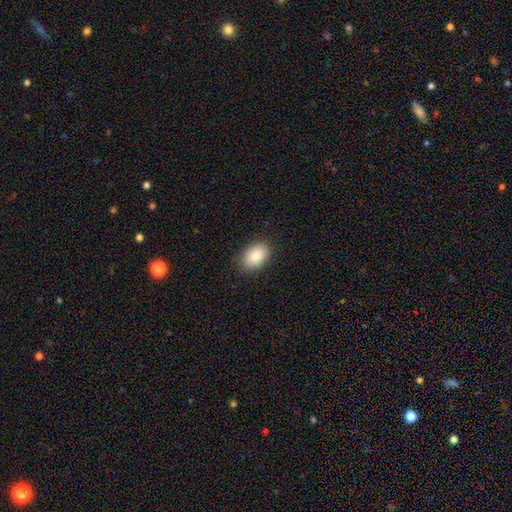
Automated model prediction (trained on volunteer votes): smooth_or_featured: smooth (p=0.84) [alt: featured or disk p=0.08]
how_rounded: in between (p=0.86) [alt: round p=0.13]
merging: none (p=0.86) [alt: minor disturbance p=0.11]